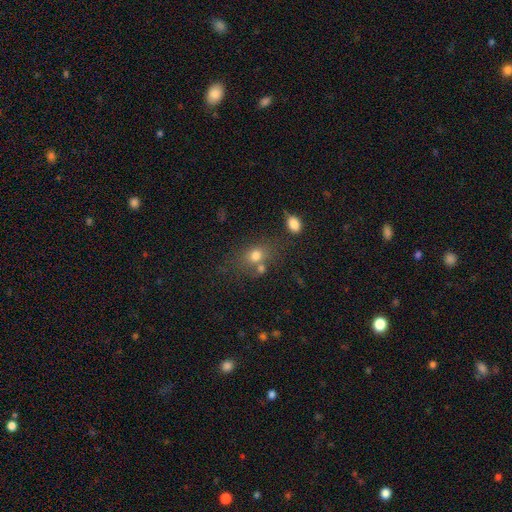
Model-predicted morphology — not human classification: This appears to be a smooth galaxy with no disk features (74%) that is round (54%). Merging: none (54%).